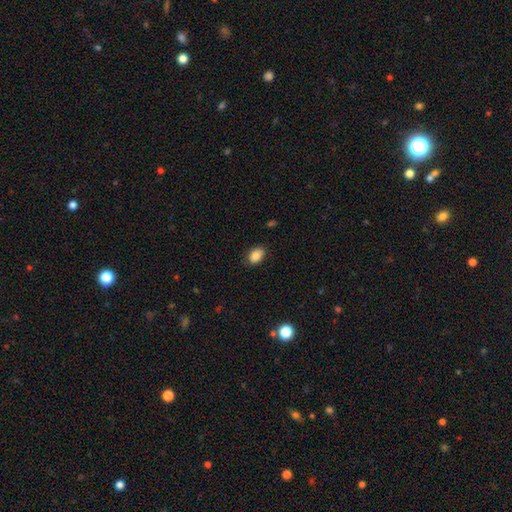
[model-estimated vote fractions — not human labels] A smooth galaxy with no disk features (86%) that is in between round and cigar-shaped (80%).

Vote fractions:
- Smooth or featured? smooth: 86% / star or artifact: 8% / featured or disk: 6%
- How rounded? in between: 80% / round: 19% / cigar-shaped: 1%
- Merging? none: 83% / minor disturbance: 13% / major disturbance: 2% / merger: 1%